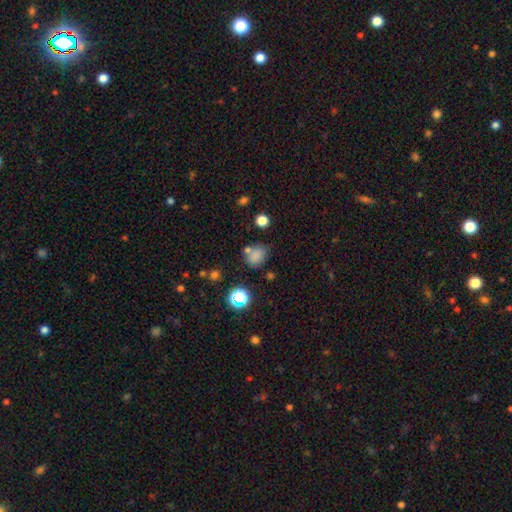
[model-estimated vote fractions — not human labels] smooth-or-featured: smooth: 75% | star or artifact: 17% | featured or disk: 8%
  how-rounded: round: 55% | in between: 44% | cigar-shaped: 1%
  merging: none: 61% | minor disturbance: 19% | merger: 14% | major disturbance: 7%